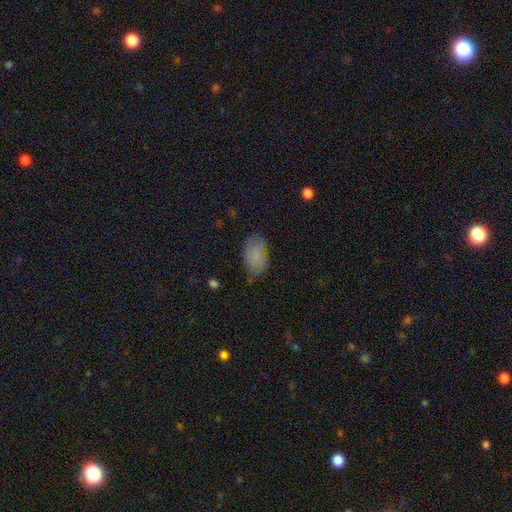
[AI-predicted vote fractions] This is clearly a smooth galaxy (82%). How rounded: clearly in between (93%). Merging: likely none (67%).